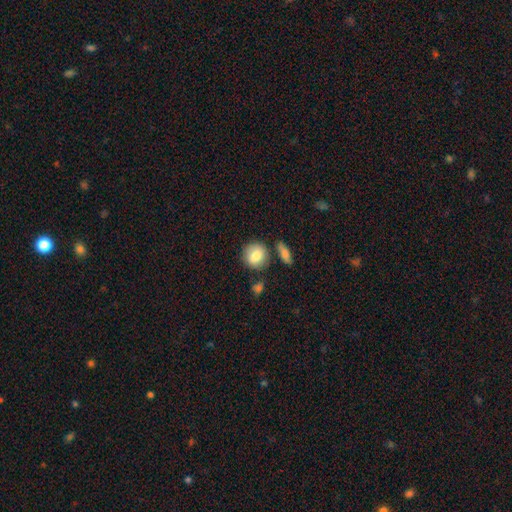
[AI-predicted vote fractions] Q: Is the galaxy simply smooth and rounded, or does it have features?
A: smooth — 82%.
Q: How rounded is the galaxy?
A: round — 78%.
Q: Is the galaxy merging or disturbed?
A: none — 72%.